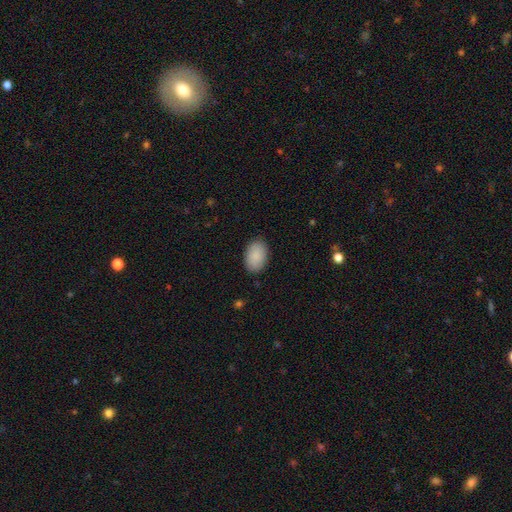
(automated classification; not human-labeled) Q: Smooth or featured?
A: smooth (90%); runner-up: star or artifact (6%)
Q: How rounded?
A: in between (90%); runner-up: round (9%)
Q: Merging?
A: none (88%); runner-up: minor disturbance (9%)